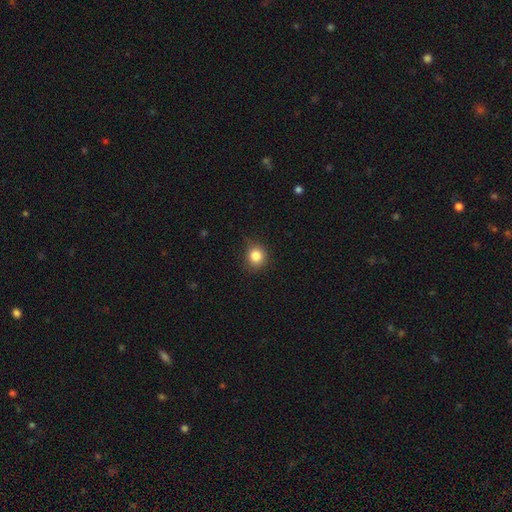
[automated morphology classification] A smooth galaxy with no disk features (84%) that is round (84%).

Vote fractions:
- Smooth or featured? smooth: 84% / star or artifact: 11% / featured or disk: 5%
- How rounded? round: 84% / in between: 15% / cigar-shaped: 1%
- Merging? none: 81% / minor disturbance: 15% / major disturbance: 3% / merger: 1%